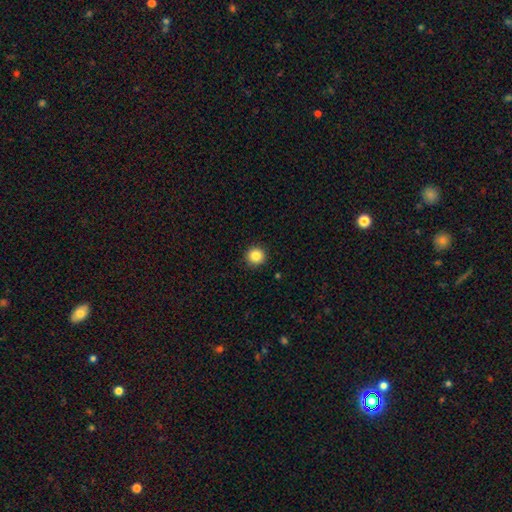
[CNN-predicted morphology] type=smooth (85%); roundness=round (95%); merging=none (93%).